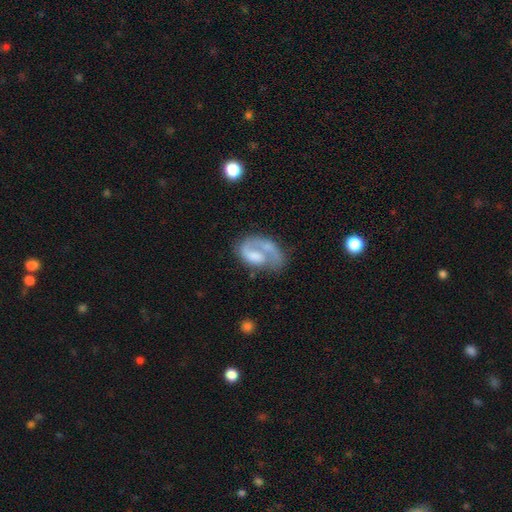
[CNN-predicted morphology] Overall: featured or disk (69%). Edge-on disk: no (97%). Bar: no (61%; weak 30%). Spiral arms: yes (81%). Spiral arm count: 1 (80%). Spiral winding: medium (36%; tight 34%). Bulge size: none (34%; moderate 28%). Merging: none (39%; major disturbance 33%).